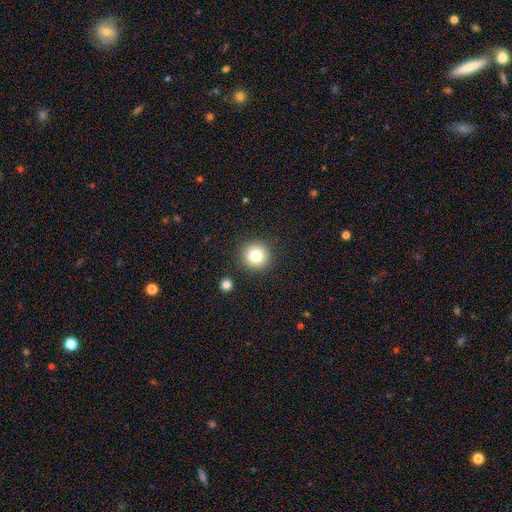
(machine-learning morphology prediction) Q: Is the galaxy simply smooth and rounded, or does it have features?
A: smooth — 80%.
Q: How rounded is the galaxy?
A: round — 94%.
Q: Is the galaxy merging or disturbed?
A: none — 89%.